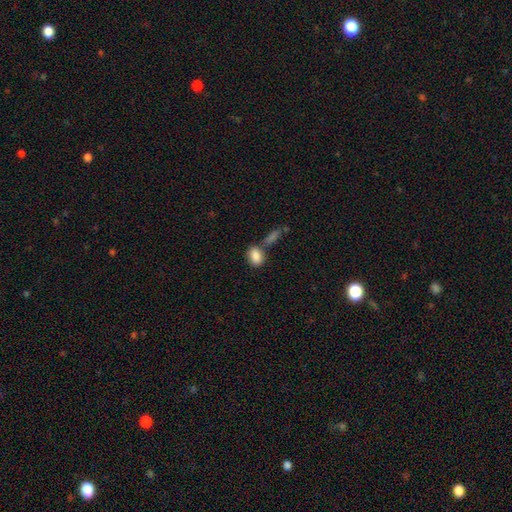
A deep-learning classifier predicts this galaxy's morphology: Smooth or featured: smooth — 86% (star or artifact — 8%)
How rounded: in between — 78% (round — 19%)
Merging: none — 56% (merger — 26%)